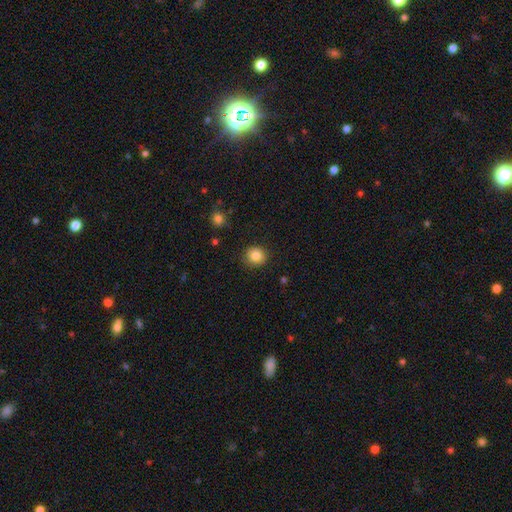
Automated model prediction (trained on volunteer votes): This is clearly a smooth galaxy (85%). How rounded: clearly round (89%). Merging: clearly none (89%).